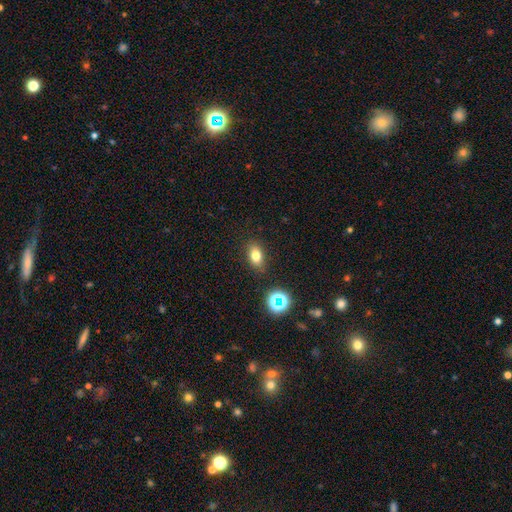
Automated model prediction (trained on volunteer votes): smooth-or-featured: smooth: 75% | star or artifact: 14% | featured or disk: 10%
  how-rounded: in between: 78% | round: 18% | cigar-shaped: 3%
  merging: none: 85% | minor disturbance: 10% | major disturbance: 3% | merger: 2%